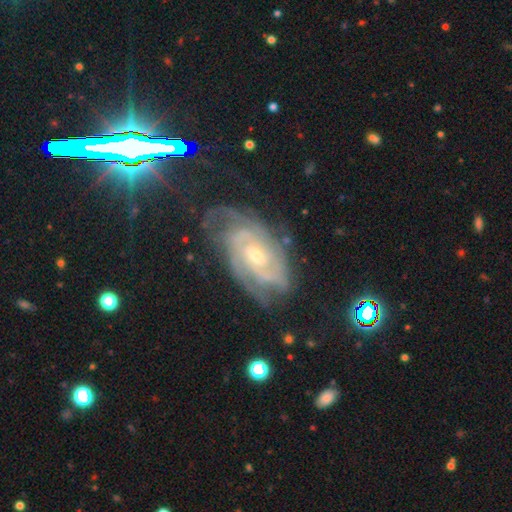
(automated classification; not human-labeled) Smooth or featured? Predicted: featured or disk (p=0.86). Edge-on disk? Predicted: no (p=0.96). Bar? Predicted: no (p=0.45). Spiral arms? Predicted: yes (p=0.97). Spiral winding? Predicted: tight (p=0.64). Spiral arm count? Predicted: can't tell (p=0.30). Bulge size? Predicted: small (p=0.54). Merging? Predicted: none (p=0.67).